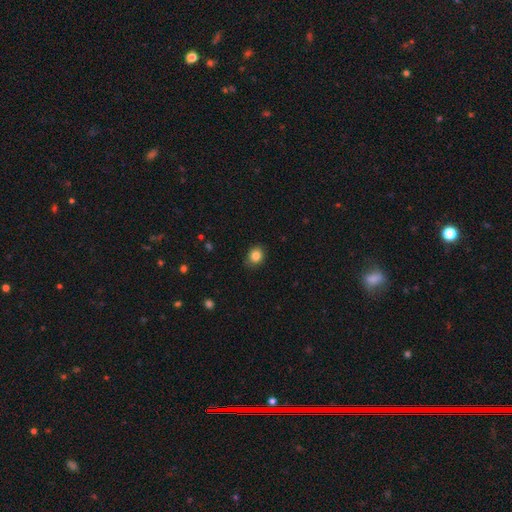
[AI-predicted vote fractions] smooth 84%, star or artifact 10%, featured or disk 5%. Down the decision tree: how rounded — round (64%); merging — none (85%).